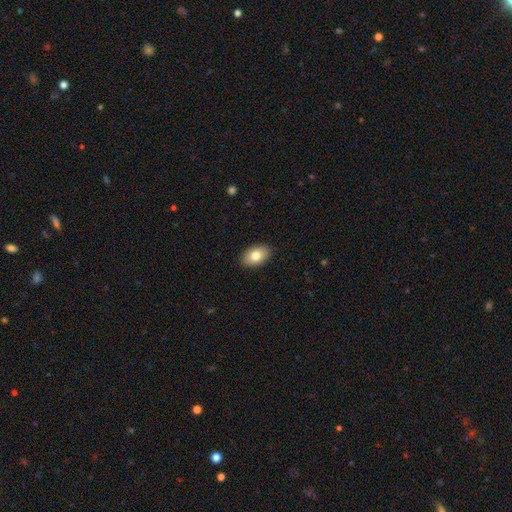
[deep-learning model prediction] A smooth galaxy with no disk features (80%) that is in between round and cigar-shaped (89%).

Vote fractions:
- Smooth or featured? smooth: 80% / featured or disk: 12% / star or artifact: 7%
- How rounded? in between: 89% / round: 9% / cigar-shaped: 1%
- Merging? none: 89% / minor disturbance: 8% / major disturbance: 2% / merger: 1%